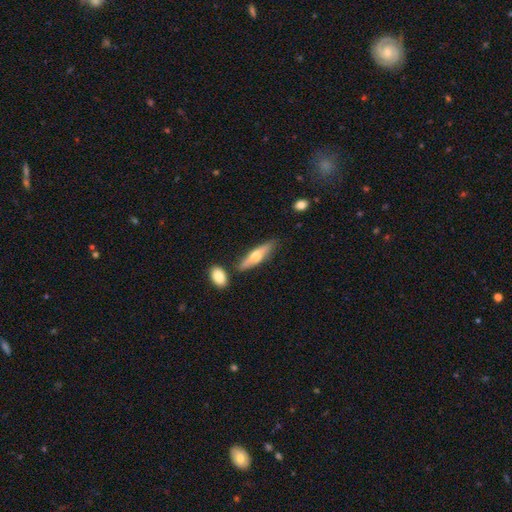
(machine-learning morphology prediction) Smooth or featured? smooth (52%)
How rounded? cigar-shaped (68%)
Merging? none (74%)